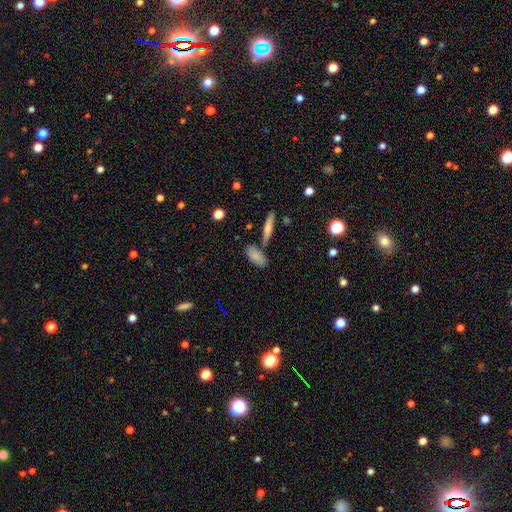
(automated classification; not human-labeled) Q: Smooth or featured?
A: smooth (80%); runner-up: featured or disk (13%)
Q: How rounded?
A: in between (83%); runner-up: cigar-shaped (14%)
Q: Merging?
A: none (68%); runner-up: minor disturbance (15%)